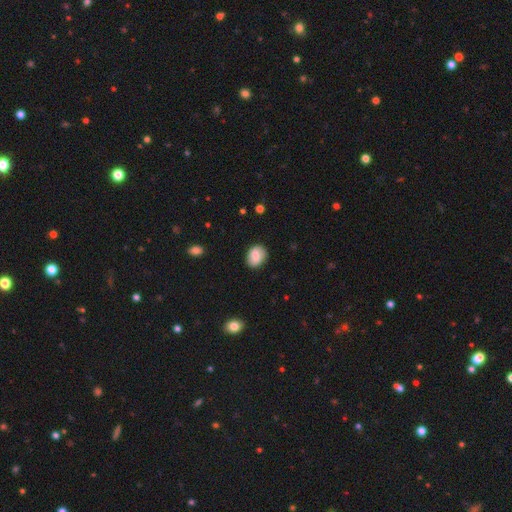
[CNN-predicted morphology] Smooth or featured: smooth — 78% (featured or disk — 15%)
How rounded: in between — 56% (round — 43%)
Merging: none — 83% (minor disturbance — 13%)